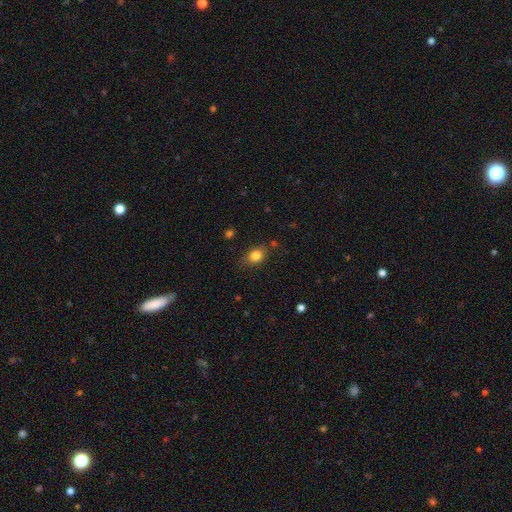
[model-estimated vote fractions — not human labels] This is clearly a smooth galaxy (82%). How rounded: likely in between (66%). Merging: likely none (74%).